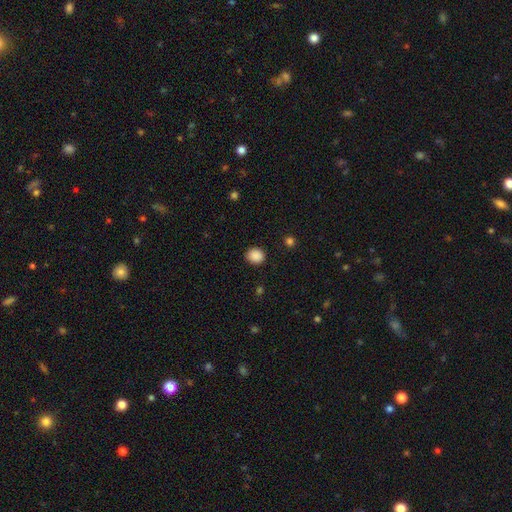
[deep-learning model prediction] smooth 88%, star or artifact 9%, featured or disk 2%. Down the decision tree: how rounded — round (73%); merging — none (89%).